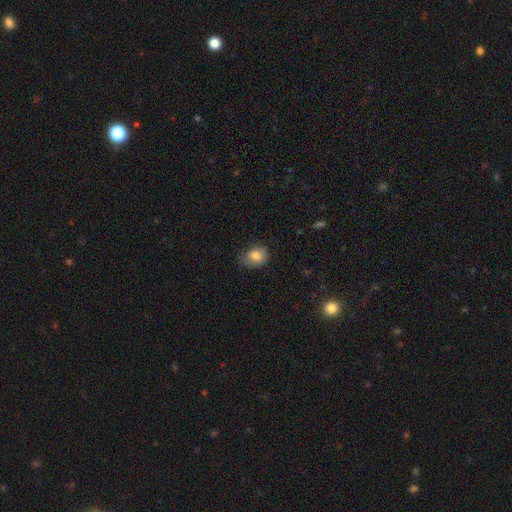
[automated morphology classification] A smooth galaxy with no disk features (80%) that is in between round and cigar-shaped (59%). Merging: none (52%).